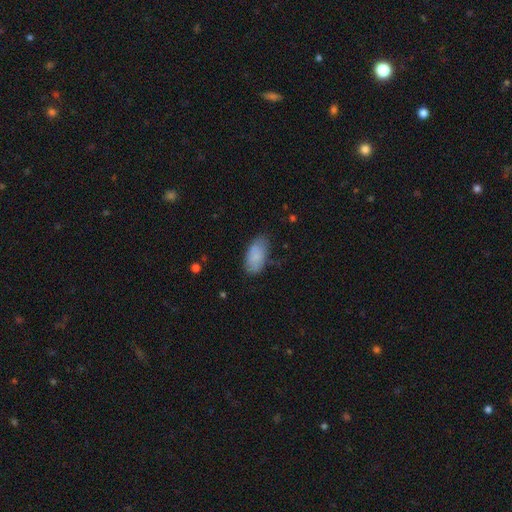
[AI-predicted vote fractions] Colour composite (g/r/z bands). It shows a smooth galaxy with no disk features (82%) that is in between round and cigar-shaped (93%). Merging: none (72%).